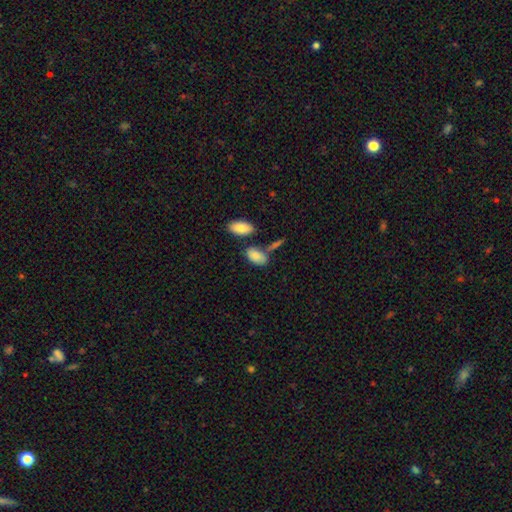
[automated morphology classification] smooth-or-featured: smooth: 85% | featured or disk: 8% | star or artifact: 7%
  how-rounded: in between: 92% | round: 5% | cigar-shaped: 3%
  merging: none: 56% | merger: 21% | minor disturbance: 17% | major disturbance: 6%